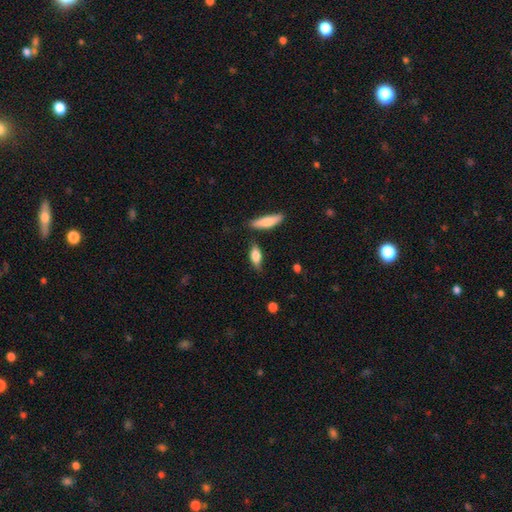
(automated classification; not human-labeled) Overall: smooth (75%). How rounded: in between (68%; cigar-shaped 29%). Merging: none (69%).